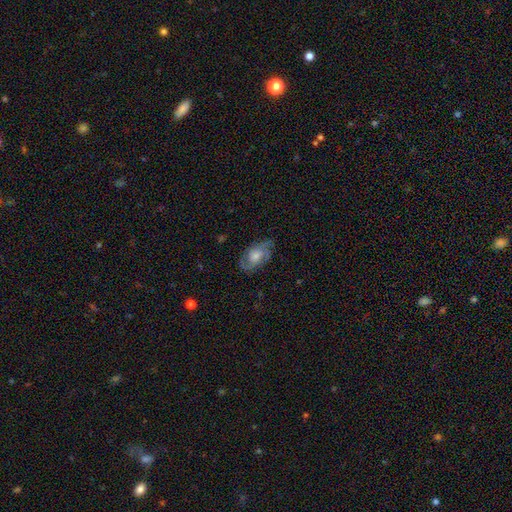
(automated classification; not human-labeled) Overall: featured or disk (78%). Edge-on disk: no (95%). Bar: no (68%). Spiral arms: yes (94%). Spiral arm count: 2 (64%). Spiral winding: medium (48%; tight 38%). Bulge size: moderate (52%; small 25%). Merging: none (77%).